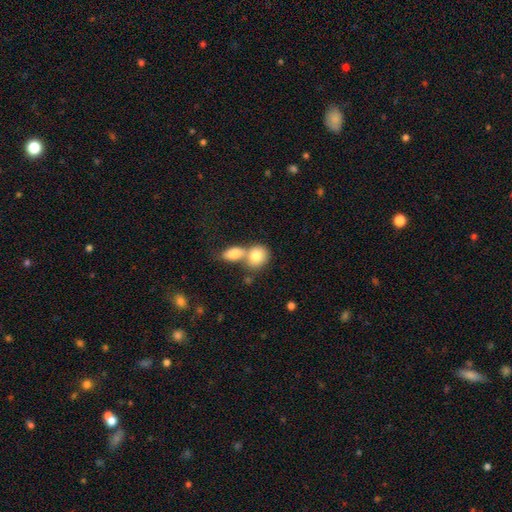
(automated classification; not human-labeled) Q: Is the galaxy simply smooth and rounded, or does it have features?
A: smooth — 80%.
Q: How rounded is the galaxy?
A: round — 55%.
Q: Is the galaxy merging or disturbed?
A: merger — 61%.